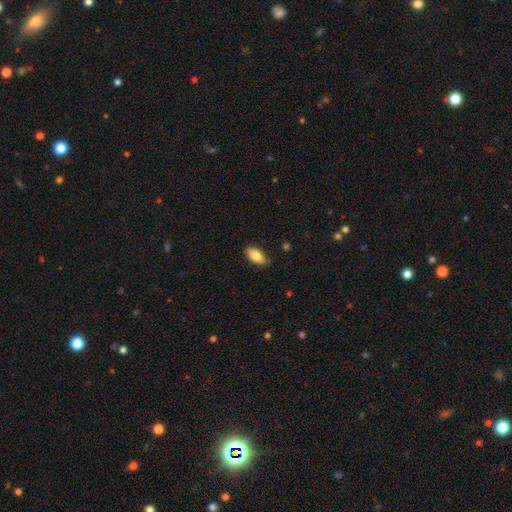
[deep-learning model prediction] A smooth galaxy with no disk features (82%) that is in between round and cigar-shaped (91%). Merging: none (79%).